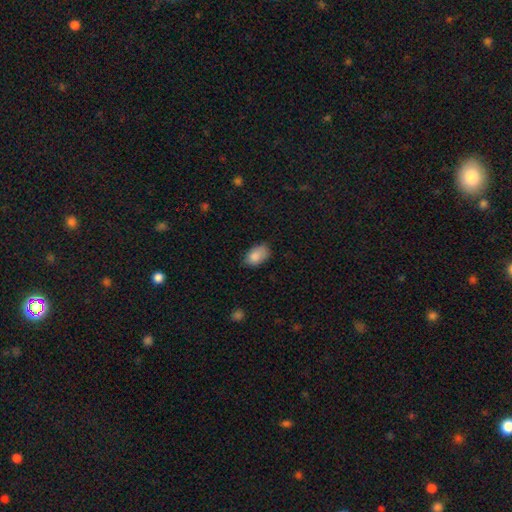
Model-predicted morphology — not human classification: smooth 85%, star or artifact 8%, featured or disk 7%. Down the decision tree: how rounded — in between (90%); merging — none (63%).